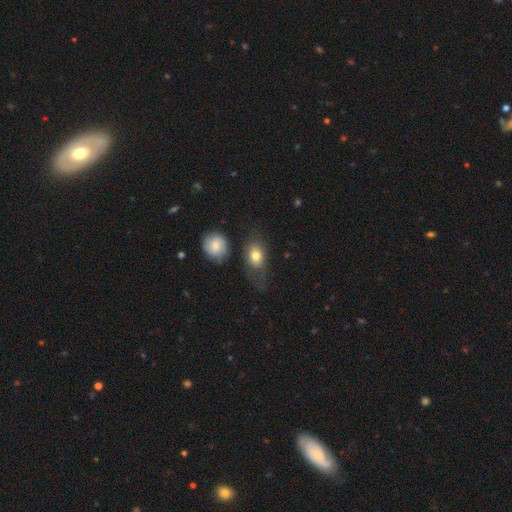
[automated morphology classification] A smooth galaxy with no disk features (77%) that is in between round and cigar-shaped (76%). Merging: none (44%).